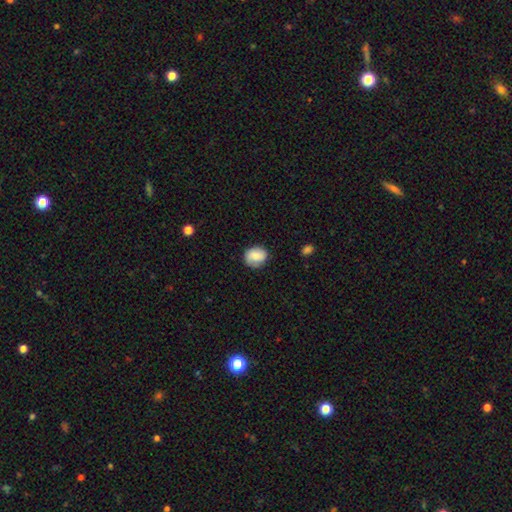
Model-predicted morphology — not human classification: Smooth or featured? smooth (79%)
How rounded? round (63%)
Merging? none (77%)